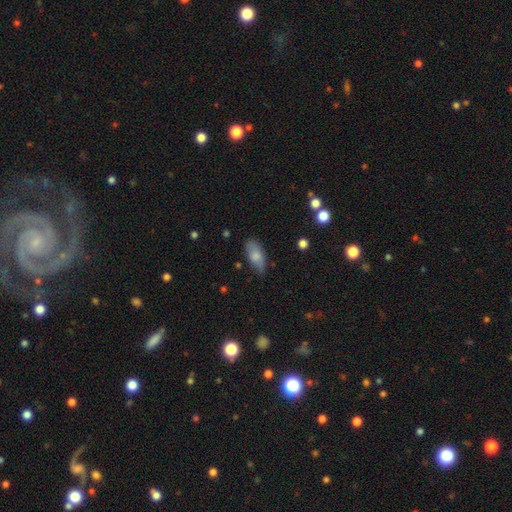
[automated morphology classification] smooth 75%, featured or disk 18%, star or artifact 7%. Down the decision tree: how rounded — in between (88%); merging — none (69%).